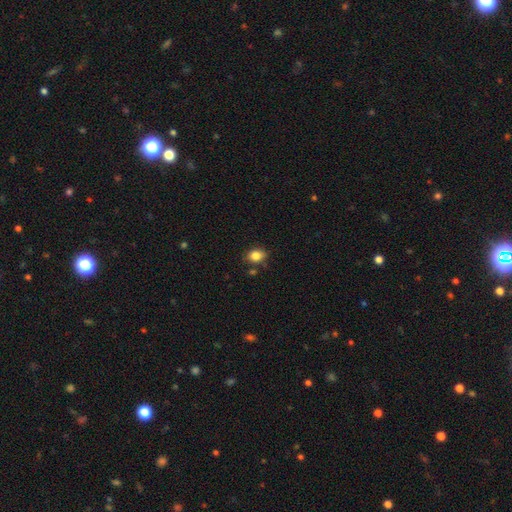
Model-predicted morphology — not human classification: smooth 84%, star or artifact 10%, featured or disk 6%. Down the decision tree: how rounded — in between (60%); merging — none (78%).